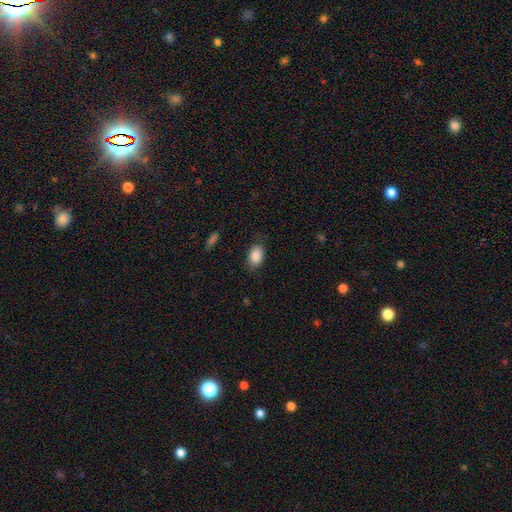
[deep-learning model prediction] Overall: smooth (89%). How rounded: in between (89%). Merging: none (79%).